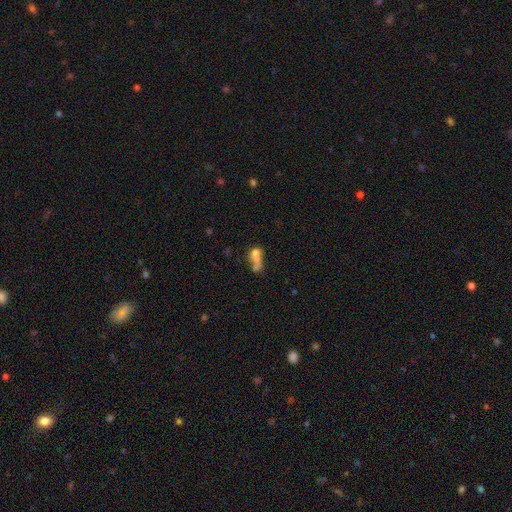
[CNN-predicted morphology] A smooth galaxy with no disk features (62%) that is in between round and cigar-shaped (57%).

Vote fractions:
- Smooth or featured? smooth: 62% / featured or disk: 24% / star or artifact: 15%
- How rounded? in between: 57% / round: 26% / cigar-shaped: 17%
- Merging? merger: 39% / major disturbance: 25% / none: 23% / minor disturbance: 13%